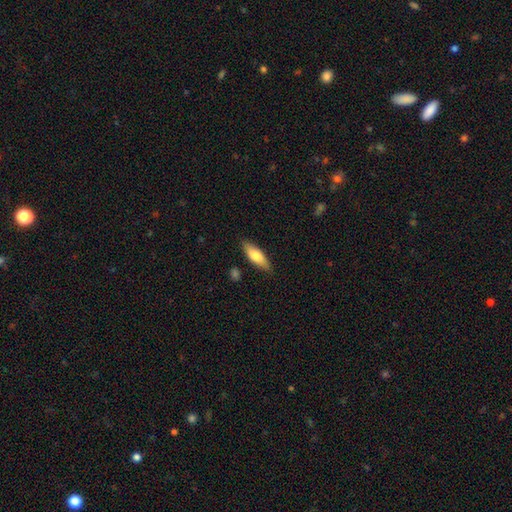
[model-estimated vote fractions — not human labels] smooth-or-featured: smooth: 70% | featured or disk: 25% | star or artifact: 6%
  how-rounded: in between: 59% | cigar-shaped: 39% | round: 2%
  merging: none: 83% | minor disturbance: 13% | major disturbance: 2% | merger: 2%